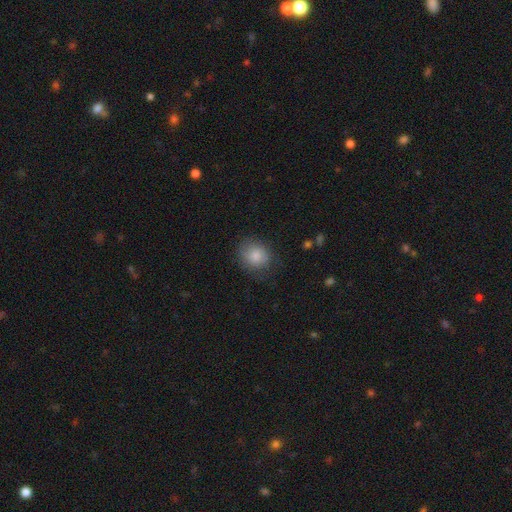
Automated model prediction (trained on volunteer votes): A smooth galaxy with no disk features (84%) that is round (73%).

Vote fractions:
- Smooth or featured? smooth: 84% / featured or disk: 9% / star or artifact: 8%
- How rounded? round: 73% / in between: 26% / cigar-shaped: 1%
- Merging? none: 76% / minor disturbance: 17% / major disturbance: 6% / merger: 1%